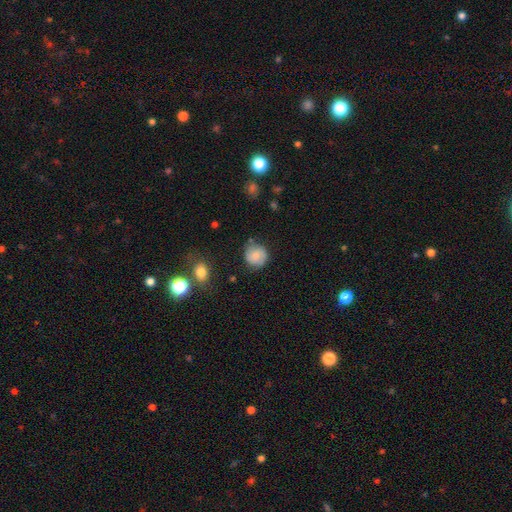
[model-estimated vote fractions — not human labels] Smooth or featured? Predicted: smooth (p=0.69). How rounded? Predicted: round (p=0.86). Merging? Predicted: none (p=0.73).